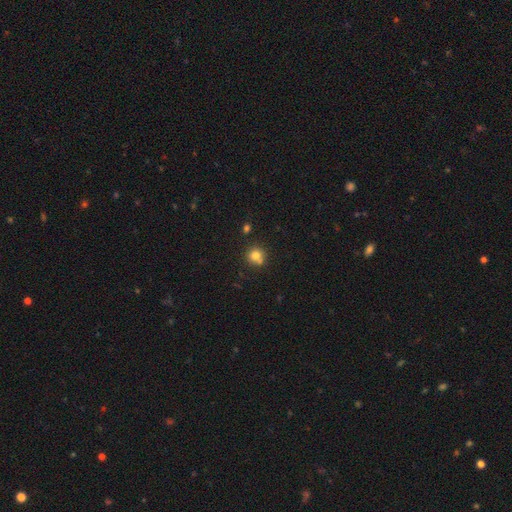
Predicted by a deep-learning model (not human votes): Smooth or featured? Predicted: smooth (p=0.78). How rounded? Predicted: round (p=0.89). Merging? Predicted: none (p=0.64).